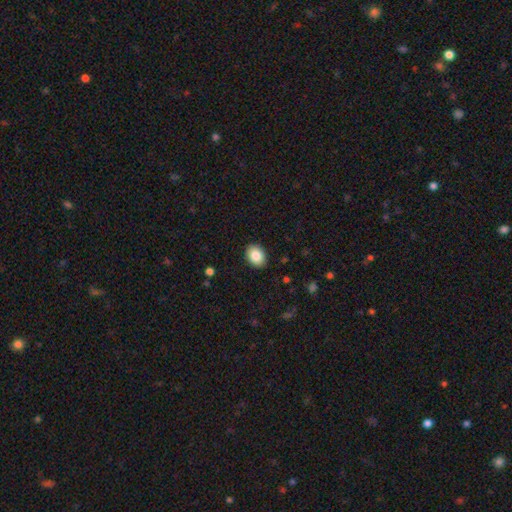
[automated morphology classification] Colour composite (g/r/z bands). It shows a smooth galaxy with no disk features (86%) that is in between round and cigar-shaped (69%). Merging: none (89%).